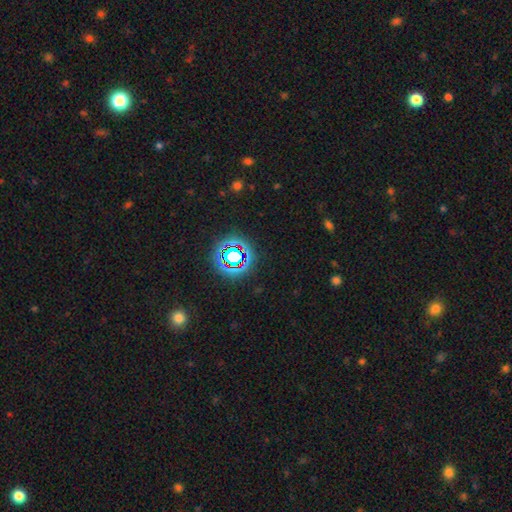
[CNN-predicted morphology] smooth-or-featured: star or artifact: 69% | smooth: 23% | featured or disk: 8%